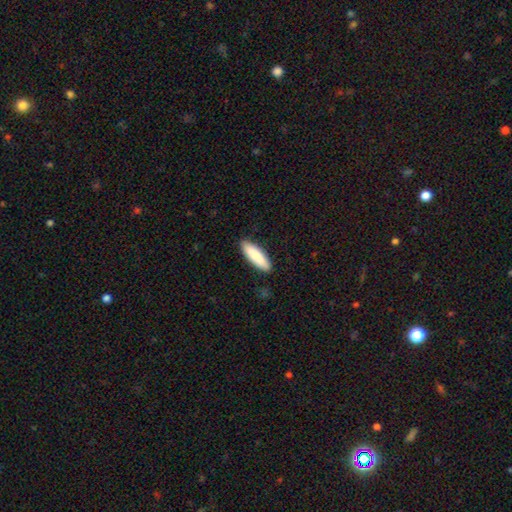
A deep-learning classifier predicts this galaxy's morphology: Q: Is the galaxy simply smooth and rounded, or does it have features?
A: smooth — 87%.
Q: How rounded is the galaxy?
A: in between — 50%.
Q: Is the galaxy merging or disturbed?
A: none — 88%.